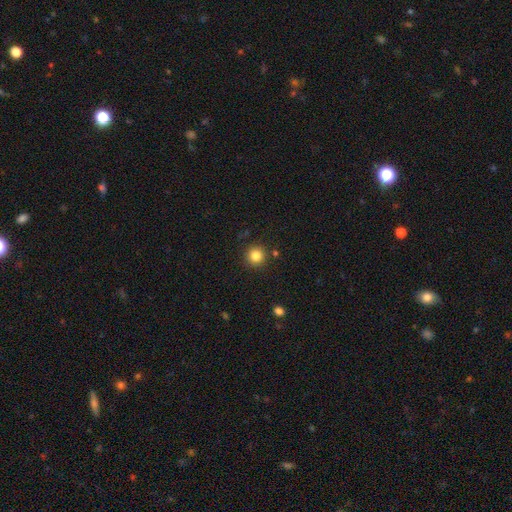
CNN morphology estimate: Smooth or featured? smooth (83%)
How rounded? round (95%)
Merging? none (89%)